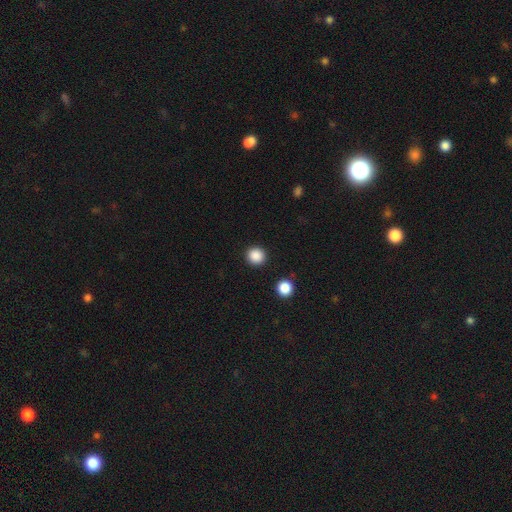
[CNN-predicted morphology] smooth_or_featured: smooth (p=0.87) [alt: star or artifact p=0.10]
how_rounded: round (p=0.93) [alt: in between p=0.06]
merging: none (p=0.91) [alt: minor disturbance p=0.05]